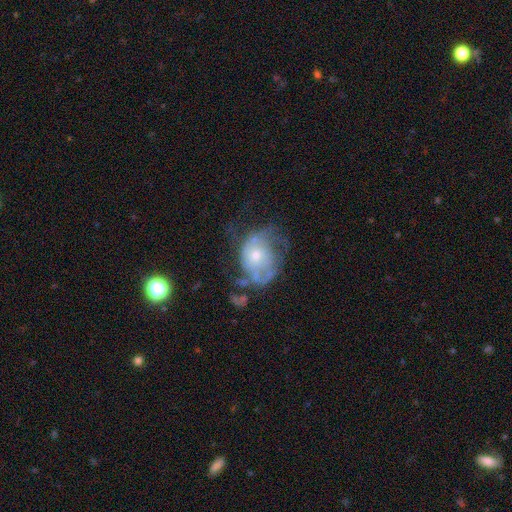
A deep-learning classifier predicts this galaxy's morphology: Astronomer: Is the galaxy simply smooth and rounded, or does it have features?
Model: featured or disk — 65%.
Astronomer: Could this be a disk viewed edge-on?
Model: no — 97%.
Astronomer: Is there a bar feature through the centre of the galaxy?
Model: no — 82%.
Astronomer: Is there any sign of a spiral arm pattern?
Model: yes — 60% (runner-up: no, 40%).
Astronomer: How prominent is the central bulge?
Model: small — 56% (runner-up: moderate, 38%).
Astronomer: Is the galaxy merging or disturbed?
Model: major disturbance — 35% (runner-up: none, 34%).